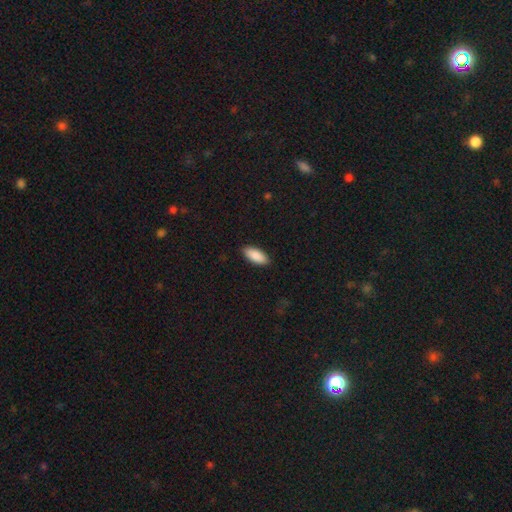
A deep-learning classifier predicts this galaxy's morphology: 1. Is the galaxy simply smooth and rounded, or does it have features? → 90% smooth, 6% star or artifact, 4% featured or disk.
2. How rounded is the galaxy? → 87% in between, 11% cigar-shaped, 2% round.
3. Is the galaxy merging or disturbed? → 89% none, 8% minor disturbance, 2% major disturbance, 1% merger.